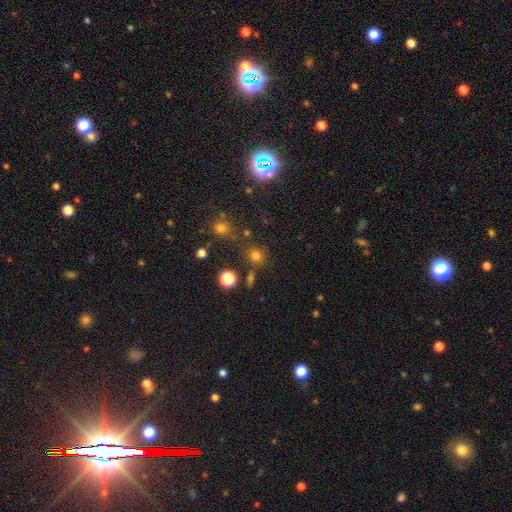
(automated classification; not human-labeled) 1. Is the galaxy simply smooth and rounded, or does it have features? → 74% smooth, 20% star or artifact, 7% featured or disk.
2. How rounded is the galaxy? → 82% round, 17% in between, 1% cigar-shaped.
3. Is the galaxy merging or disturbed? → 73% none, 12% minor disturbance, 11% merger, 5% major disturbance.